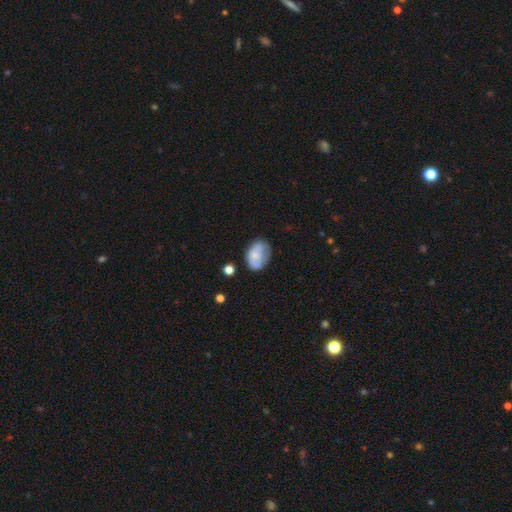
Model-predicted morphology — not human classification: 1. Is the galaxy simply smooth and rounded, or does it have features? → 65% smooth, 27% featured or disk, 8% star or artifact.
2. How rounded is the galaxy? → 78% in between, 21% round, 1% cigar-shaped.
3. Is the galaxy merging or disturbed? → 54% none, 31% minor disturbance, 11% major disturbance, 5% merger.